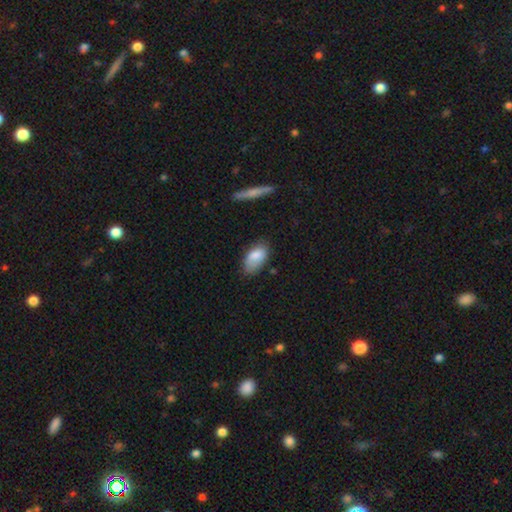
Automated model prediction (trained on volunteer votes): smooth 81%, featured or disk 12%, star or artifact 7%. Down the decision tree: how rounded — in between (93%); merging — none (62%).